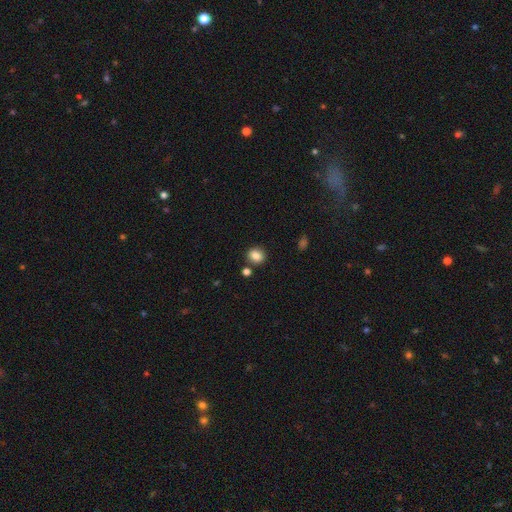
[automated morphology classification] Smooth or featured: smooth — 85% (star or artifact — 10%)
How rounded: round — 72% (in between — 27%)
Merging: none — 82% (minor disturbance — 8%)